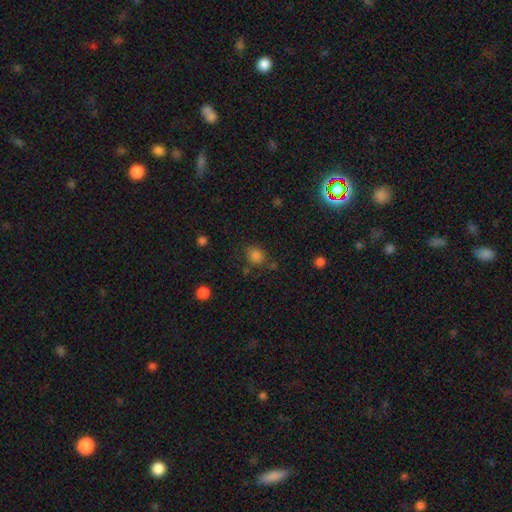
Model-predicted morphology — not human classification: type=smooth (80%); roundness=round (66%); merging=none (70%).